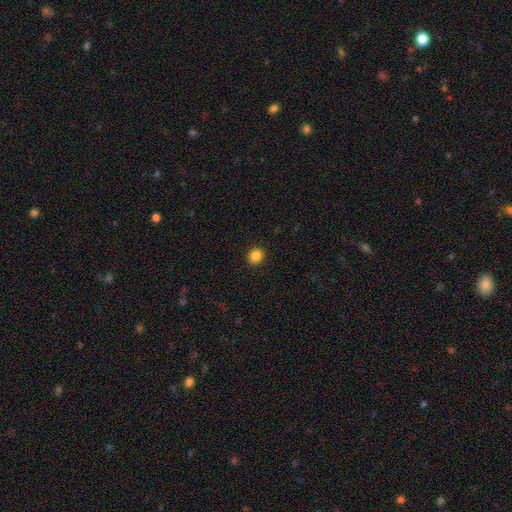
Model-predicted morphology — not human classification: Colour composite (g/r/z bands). It shows a smooth galaxy with no disk features (86%) that is round (78%). Merging: none (92%).